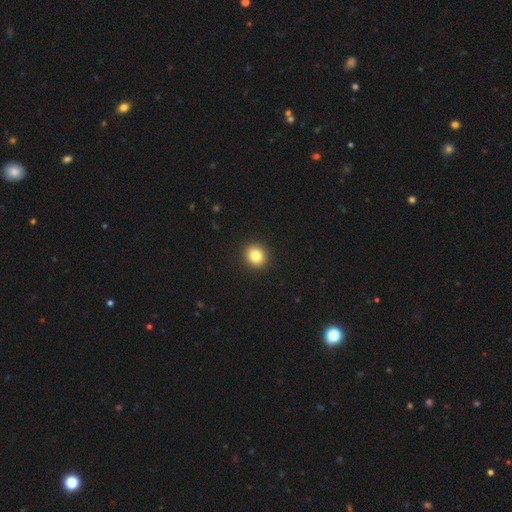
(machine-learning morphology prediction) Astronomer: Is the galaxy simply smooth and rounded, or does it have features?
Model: smooth — 82%.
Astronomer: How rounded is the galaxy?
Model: round — 85%.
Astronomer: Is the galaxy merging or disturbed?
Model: none — 93%.